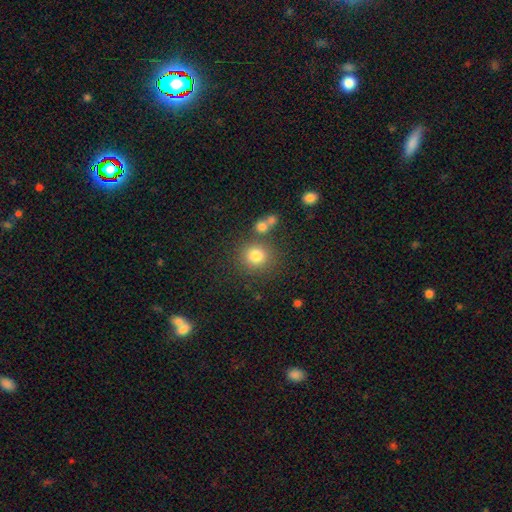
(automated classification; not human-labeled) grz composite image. It shows a smooth galaxy with no disk features (79%) that is round (88%). Merging: none (75%).